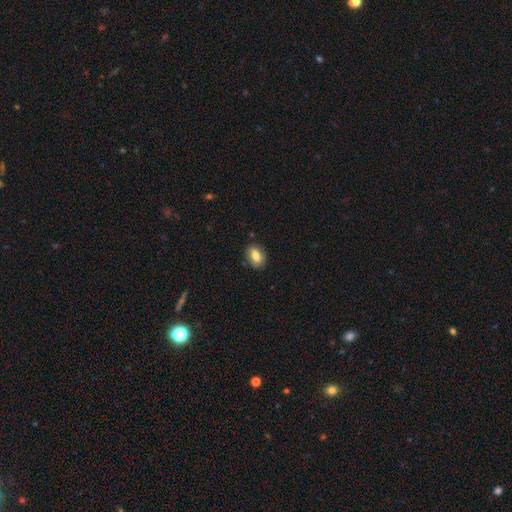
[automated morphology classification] smooth 80%, featured or disk 12%, star or artifact 8%. Down the decision tree: how rounded — in between (82%); merging — none (85%).